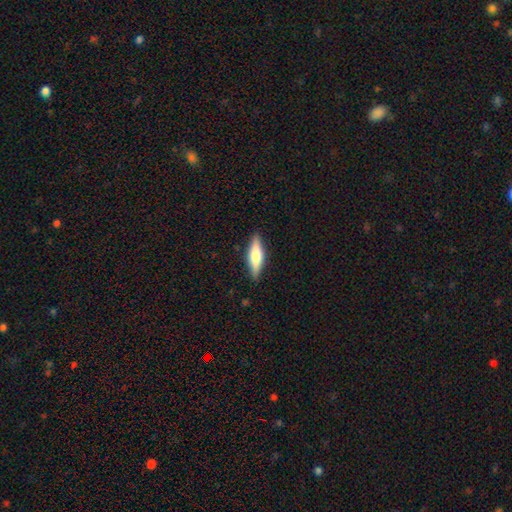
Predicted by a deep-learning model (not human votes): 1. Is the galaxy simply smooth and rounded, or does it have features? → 53% smooth, 41% featured or disk, 6% star or artifact.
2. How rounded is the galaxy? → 63% cigar-shaped, 35% in between, 2% round.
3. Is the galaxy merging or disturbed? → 88% none, 9% minor disturbance, 2% major disturbance, 1% merger.